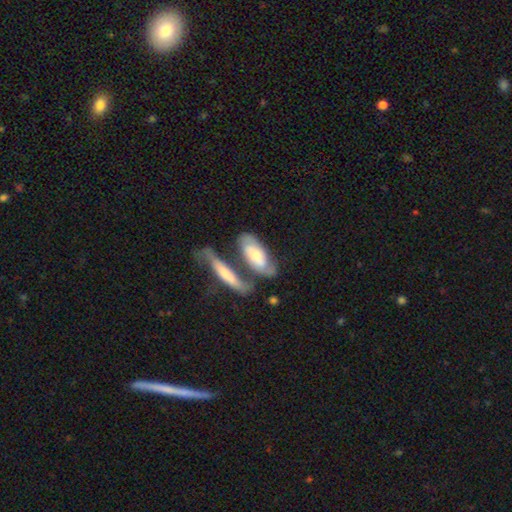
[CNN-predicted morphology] A featured or disk galaxy (54%). Merging: none (38%).